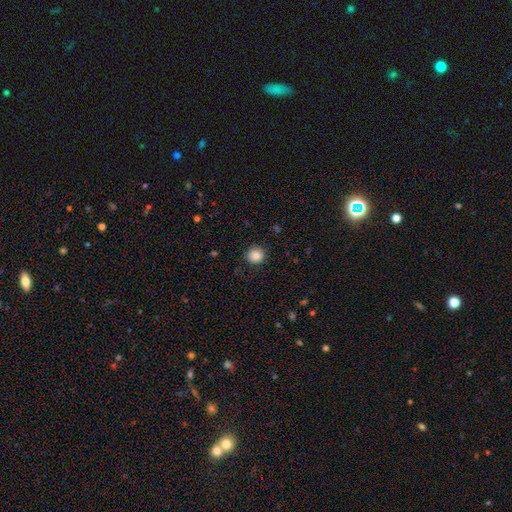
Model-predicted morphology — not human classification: Smooth or featured?
  - smooth: 86% *
  - star or artifact: 10%
  - featured or disk: 4%
How rounded?
  - round: 91% *
  - in between: 8%
  - cigar-shaped: 1%
Merging?
  - none: 89% *
  - minor disturbance: 8%
  - major disturbance: 2%
  - merger: 1%